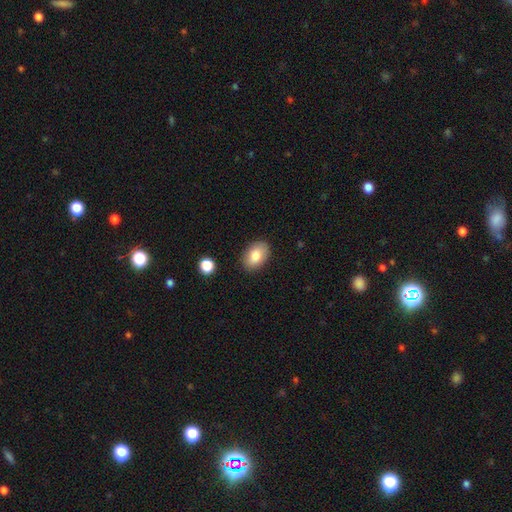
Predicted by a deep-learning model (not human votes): smooth-or-featured: smooth: 82% | featured or disk: 11% | star or artifact: 8%
  how-rounded: in between: 87% | round: 12% | cigar-shaped: 1%
  merging: none: 86% | minor disturbance: 10% | major disturbance: 2% | merger: 2%